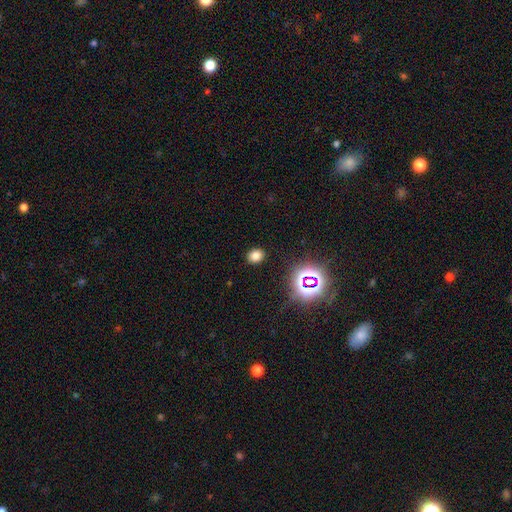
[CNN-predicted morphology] This is likely a smooth galaxy (74%). How rounded: possibly round (55%). Merging: clearly none (88%).